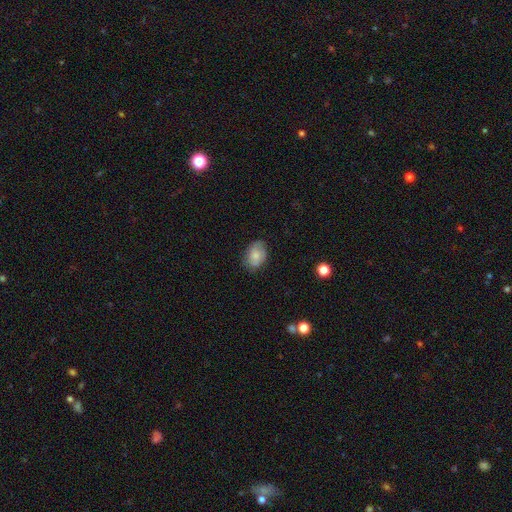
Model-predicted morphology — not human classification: Smooth or featured? smooth (76%)
How rounded? in between (80%)
Merging? none (74%)